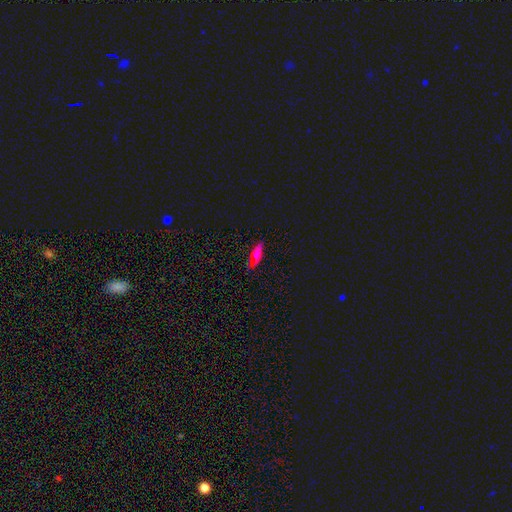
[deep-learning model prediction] Smooth or featured?
  - smooth: 63% *
  - featured or disk: 20%
  - star or artifact: 17%
How rounded?
  - cigar-shaped: 52% *
  - in between: 44%
  - round: 4%
Merging?
  - none: 68% *
  - minor disturbance: 23%
  - major disturbance: 6%
  - merger: 2%